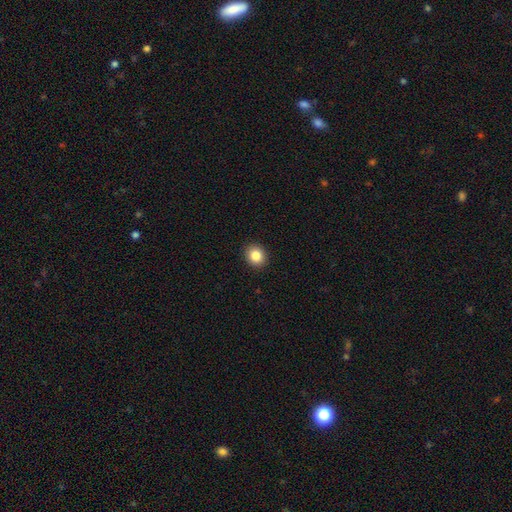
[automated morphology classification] This is clearly a smooth galaxy (85%). How rounded: likely round (74%). Merging: clearly none (92%).